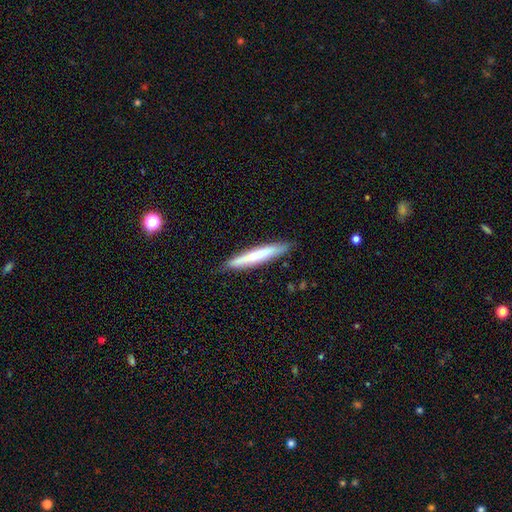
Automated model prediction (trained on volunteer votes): Smooth or featured: smooth — 56% (featured or disk — 39%)
How rounded: cigar-shaped — 93% (in between — 6%)
Merging: none — 87% (minor disturbance — 10%)